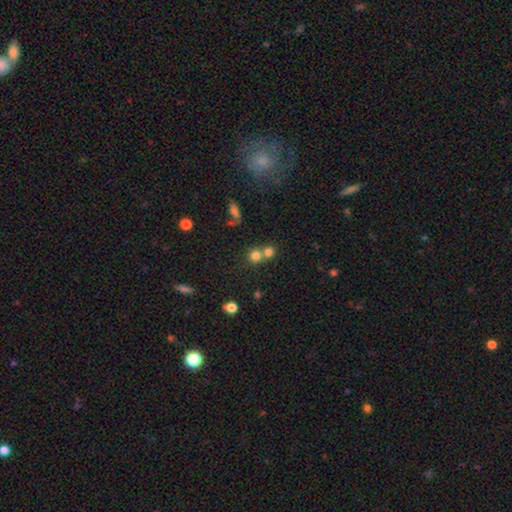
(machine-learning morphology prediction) type=smooth (75%); roundness=round (87%); merging=merger (47%).